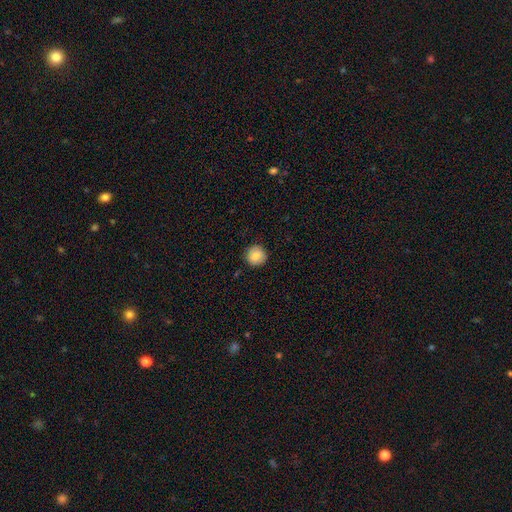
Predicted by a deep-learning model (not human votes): Q: Smooth or featured?
A: smooth (84%); runner-up: star or artifact (8%)
Q: How rounded?
A: round (95%); runner-up: in between (4%)
Q: Merging?
A: none (91%); runner-up: minor disturbance (6%)